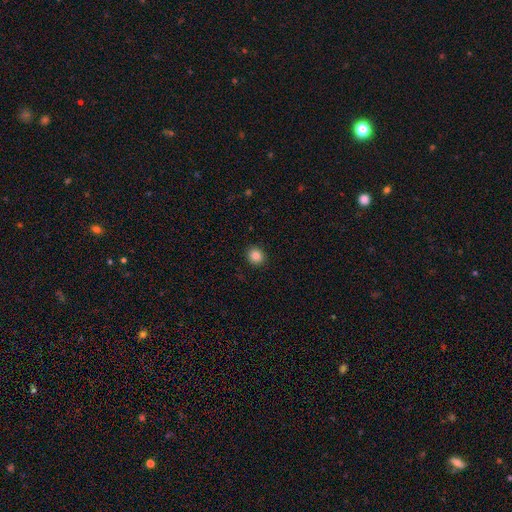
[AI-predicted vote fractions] smooth-or-featured: smooth: 85% | star or artifact: 10% | featured or disk: 5%
  how-rounded: round: 82% | in between: 17% | cigar-shaped: 1%
  merging: none: 91% | minor disturbance: 6% | major disturbance: 2% | merger: 1%